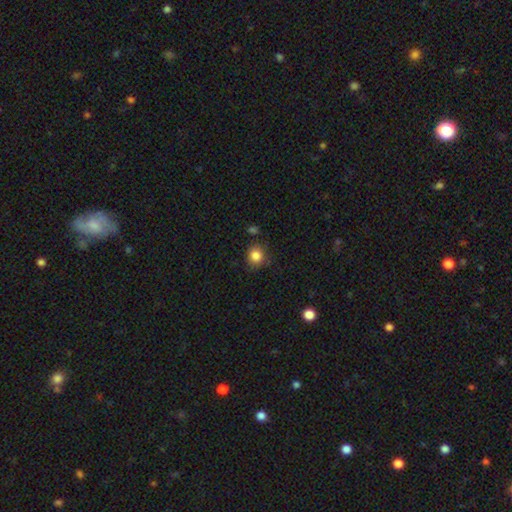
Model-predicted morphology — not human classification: smooth_or_featured: smooth (p=0.85) [alt: star or artifact p=0.10]
how_rounded: round (p=0.84) [alt: in between p=0.15]
merging: none (p=0.79) [alt: minor disturbance p=0.14]